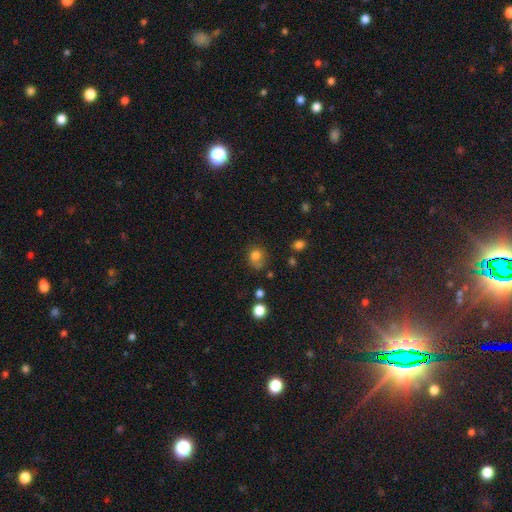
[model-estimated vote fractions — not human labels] Smooth or featured? Predicted: smooth (p=0.78). How rounded? Predicted: round (p=0.72). Merging? Predicted: none (p=0.54).